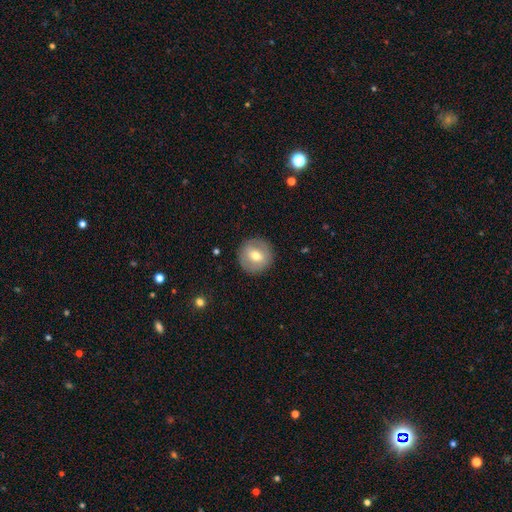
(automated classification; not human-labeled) This appears to be a smooth galaxy with no disk features (58%) that is round (93%). Merging: none (89%).